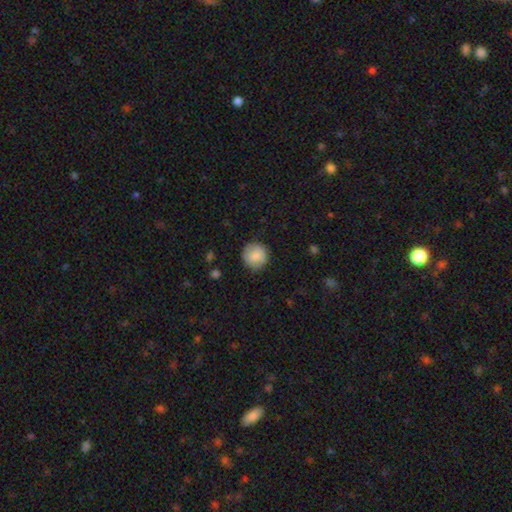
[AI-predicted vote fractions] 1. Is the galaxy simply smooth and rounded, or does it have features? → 84% smooth, 8% featured or disk, 7% star or artifact.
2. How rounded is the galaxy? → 93% round, 6% in between, 1% cigar-shaped.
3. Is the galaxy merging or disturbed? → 85% none, 12% minor disturbance, 3% major disturbance, 1% merger.